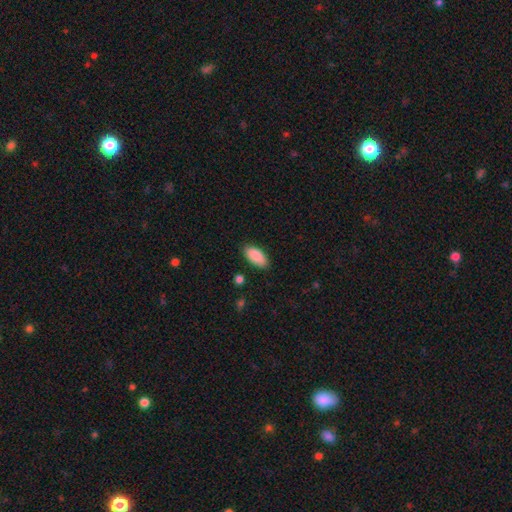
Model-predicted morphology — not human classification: smooth_or_featured: smooth (p=0.90) [alt: star or artifact p=0.06]
how_rounded: in between (p=0.91) [alt: cigar-shaped p=0.07]
merging: none (p=0.86) [alt: minor disturbance p=0.10]